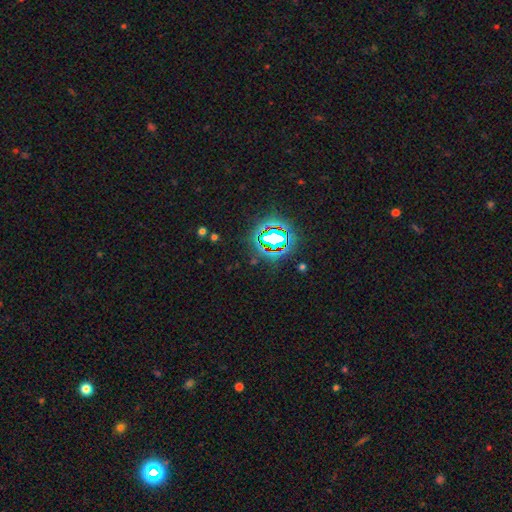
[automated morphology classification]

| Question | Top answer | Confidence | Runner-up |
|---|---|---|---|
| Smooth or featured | star or artifact | 82% | smooth (10%) |